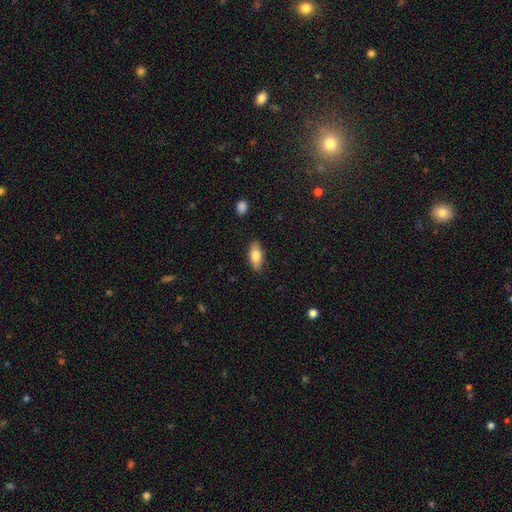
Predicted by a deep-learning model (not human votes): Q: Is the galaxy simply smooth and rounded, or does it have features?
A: smooth — 75%.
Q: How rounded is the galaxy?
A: in between — 84%.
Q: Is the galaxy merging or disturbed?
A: none — 85%.